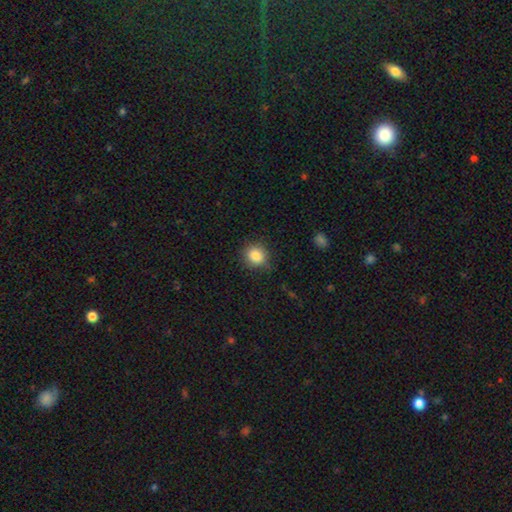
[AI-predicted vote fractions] The model was most divided on "merging": none: 82%, minor disturbance: 14%, major disturbance: 3%, merger: 1%. More confident: how rounded — round (86%); smooth or featured — smooth (85%).